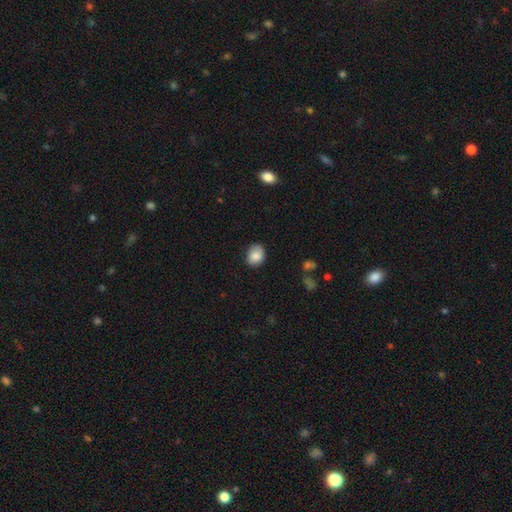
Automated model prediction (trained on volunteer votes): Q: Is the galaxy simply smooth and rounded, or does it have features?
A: smooth — 85%.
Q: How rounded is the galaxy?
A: in between — 50%.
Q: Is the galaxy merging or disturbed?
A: none — 81%.